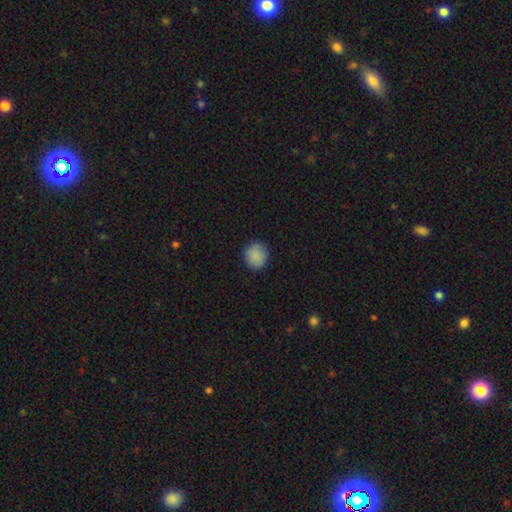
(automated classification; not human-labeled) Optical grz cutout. It shows a smooth galaxy with no disk features (89%) that is round (84%). Merging: none (89%).